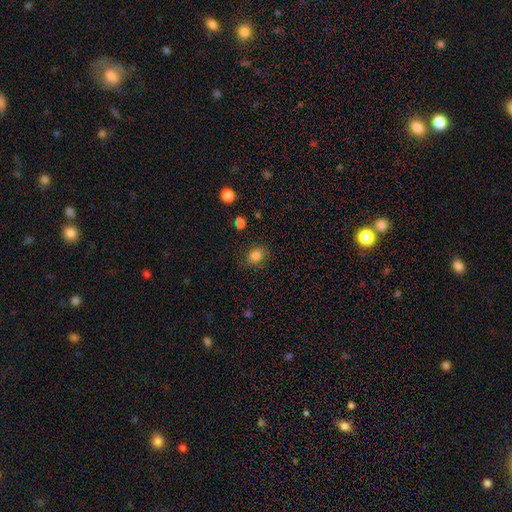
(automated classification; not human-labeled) smooth 82%, star or artifact 12%, featured or disk 6%. Down the decision tree: how rounded — round (65%); merging — none (83%).